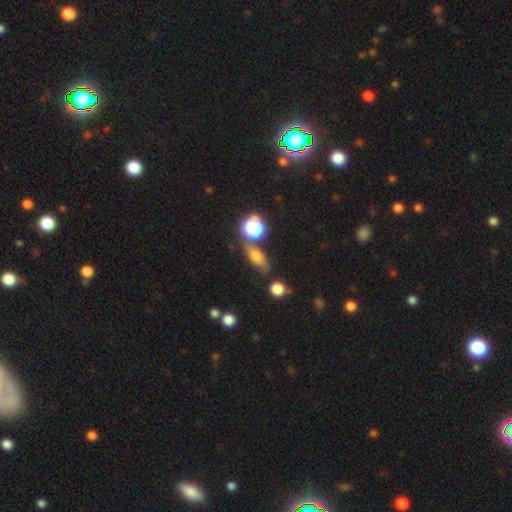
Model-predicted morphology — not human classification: This is likely a smooth galaxy (63%). How rounded: likely in between (62%). Merging: likely none (66%).